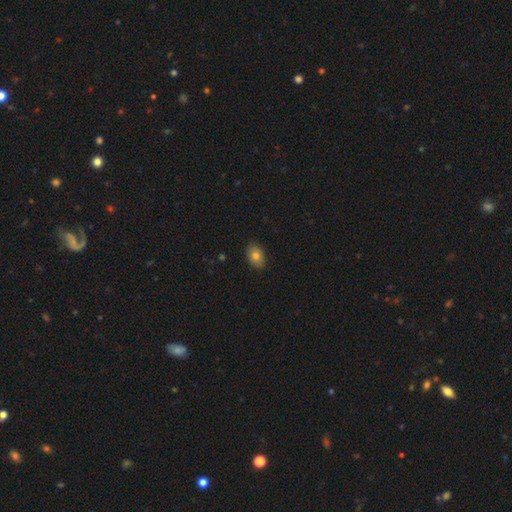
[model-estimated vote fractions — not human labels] A smooth galaxy with no disk features (81%) that is in between round and cigar-shaped (80%). Merging: none (88%).